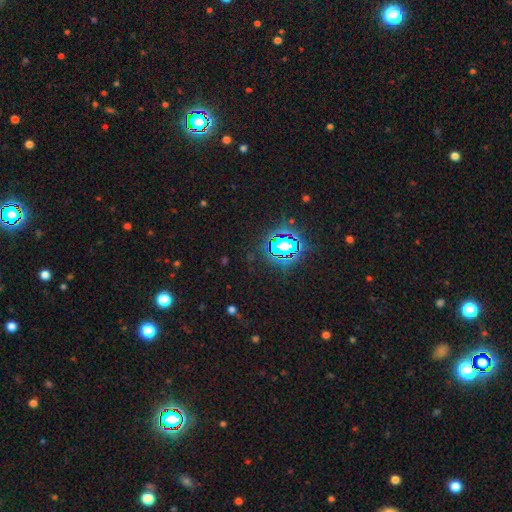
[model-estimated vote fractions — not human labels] smooth-or-featured: star or artifact: 81% | smooth: 12% | featured or disk: 7%